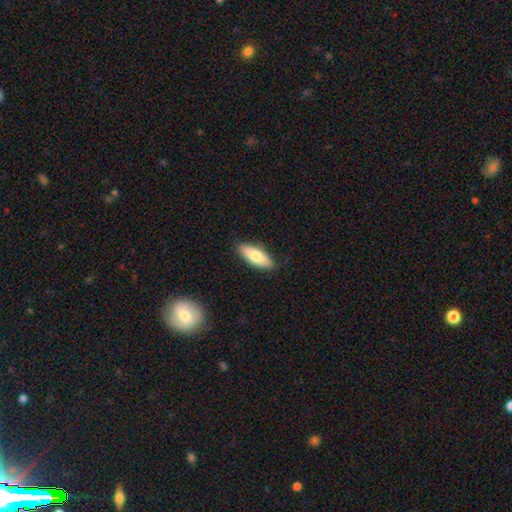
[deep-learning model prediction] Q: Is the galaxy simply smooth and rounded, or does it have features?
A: smooth — 76%.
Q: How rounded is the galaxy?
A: in between — 70%.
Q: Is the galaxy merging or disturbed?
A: none — 87%.